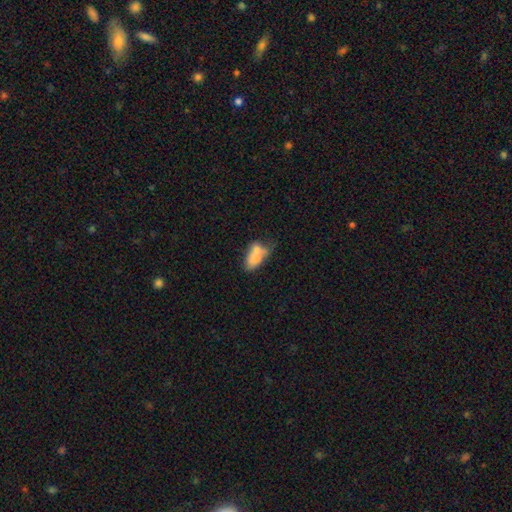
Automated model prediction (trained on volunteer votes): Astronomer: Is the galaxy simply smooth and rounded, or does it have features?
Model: smooth — 69%.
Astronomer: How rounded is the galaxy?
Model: in between — 87%.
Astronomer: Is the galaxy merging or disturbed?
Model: merger — 44% (runner-up: none, 27%).